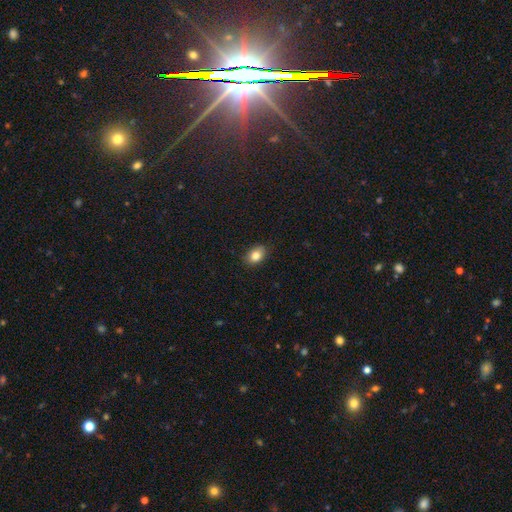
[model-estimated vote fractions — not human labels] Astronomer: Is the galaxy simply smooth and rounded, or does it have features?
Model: smooth — 83%.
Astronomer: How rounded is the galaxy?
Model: in between — 77%.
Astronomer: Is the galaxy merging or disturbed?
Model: none — 85%.